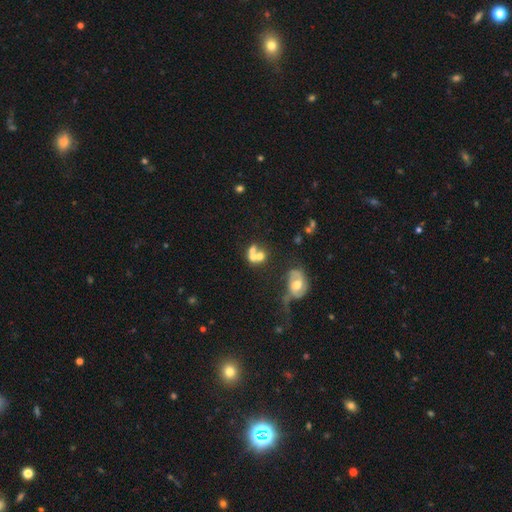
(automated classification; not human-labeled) This appears to be a smooth galaxy with no disk features (54%) that is round (63%). Merging: merger (57%).